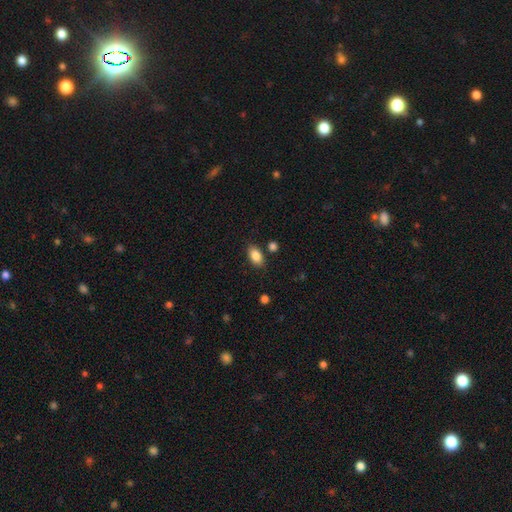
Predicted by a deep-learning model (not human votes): Smooth or featured? Predicted: smooth (p=0.86). How rounded? Predicted: in between (p=0.90). Merging? Predicted: none (p=0.82).